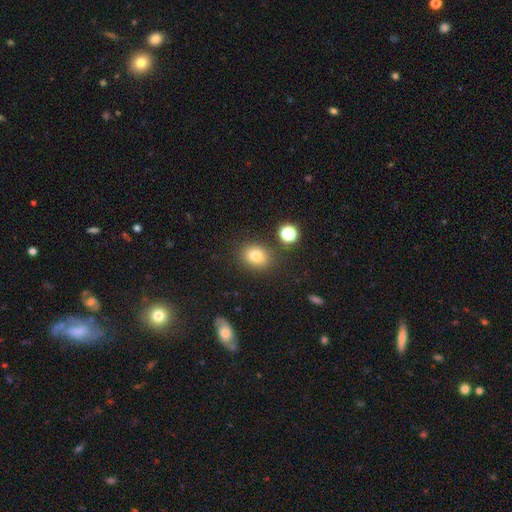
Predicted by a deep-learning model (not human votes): Overall: smooth (78%). How rounded: round (57%; in between 42%). Merging: none (82%).